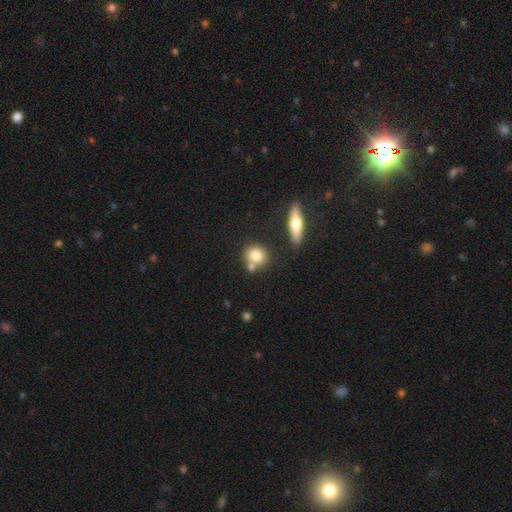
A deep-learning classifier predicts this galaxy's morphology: Q: Smooth or featured?
A: smooth (77%); runner-up: featured or disk (14%)
Q: How rounded?
A: round (70%); runner-up: in between (27%)
Q: Merging?
A: none (58%); runner-up: merger (28%)